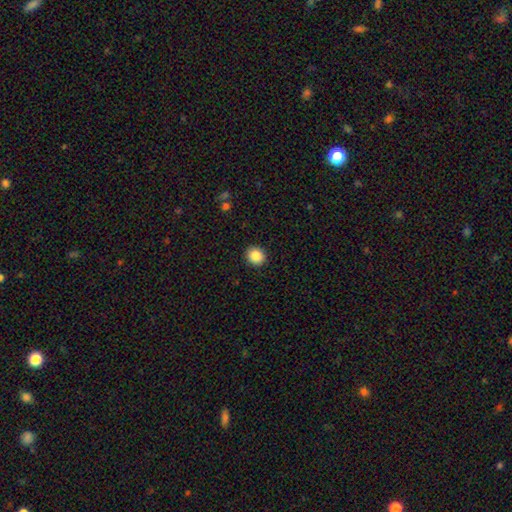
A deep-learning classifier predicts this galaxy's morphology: A smooth galaxy with no disk features (87%) that is round (76%).

Vote fractions:
- Smooth or featured? smooth: 87% / star or artifact: 9% / featured or disk: 4%
- How rounded? round: 76% / in between: 23% / cigar-shaped: 1%
- Merging? none: 91% / minor disturbance: 6% / major disturbance: 2% / merger: 1%